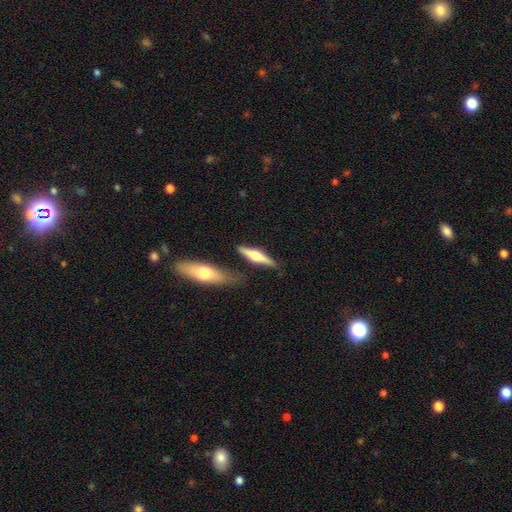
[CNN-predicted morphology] Overall: featured or disk (61%; smooth 34%). Edge-on disk: yes (95%). Edge-on bulge: rounded (92%). Merging: none (74%).